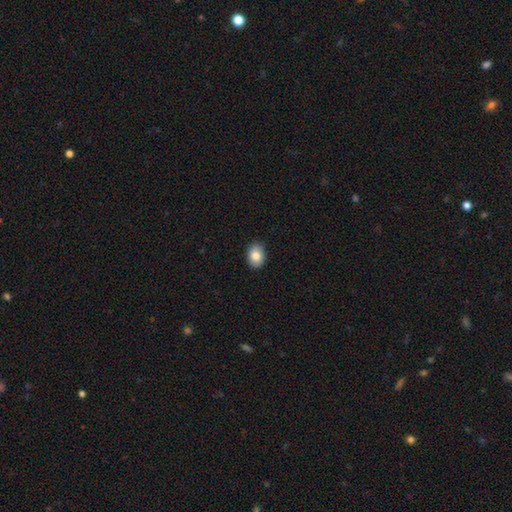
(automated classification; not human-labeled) Smooth or featured? Predicted: smooth (p=0.84). How rounded? Predicted: in between (p=0.66). Merging? Predicted: none (p=0.89).